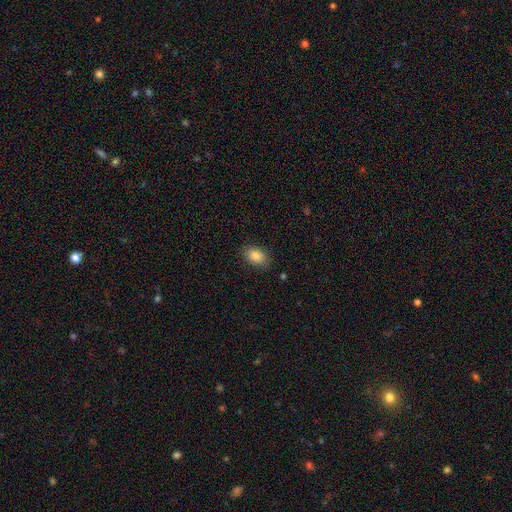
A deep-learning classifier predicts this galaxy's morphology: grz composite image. It shows a smooth galaxy with no disk features (85%) that is in between round and cigar-shaped (82%). Merging: none (85%).